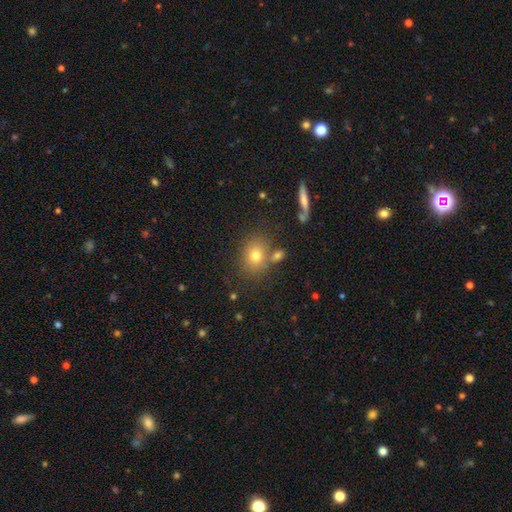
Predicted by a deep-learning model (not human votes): Overall: smooth (73%). How rounded: round (57%; in between 41%). Merging: none (70%).